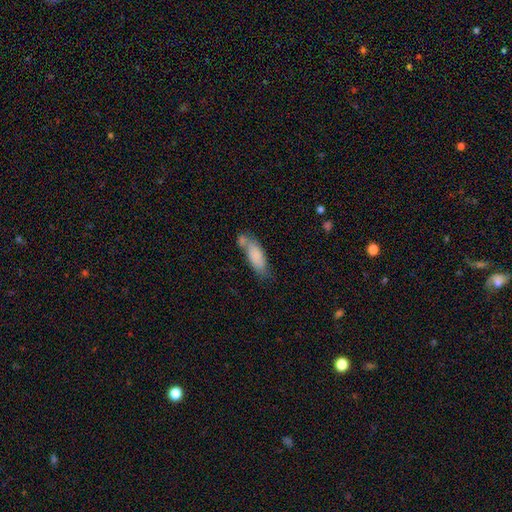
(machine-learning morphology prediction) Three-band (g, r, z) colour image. It shows a smooth galaxy with no disk features (79%) that is in between round and cigar-shaped (63%). Merging: none (41%).